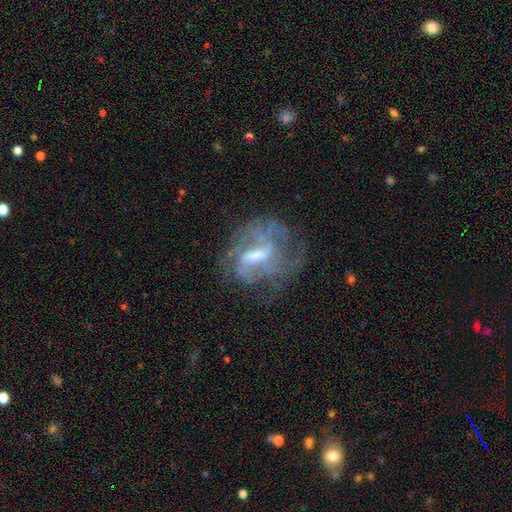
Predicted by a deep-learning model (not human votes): Overall: featured or disk (78%). Edge-on disk: no (96%). Bar: weak (52%; strong 29%). Spiral arms: yes (77%). Spiral arm count: can't tell (39%; 2 33%). Spiral winding: medium (42%; tight 33%). Bulge size: moderate (47%; small 37%). Merging: none (52%; major disturbance 24%).